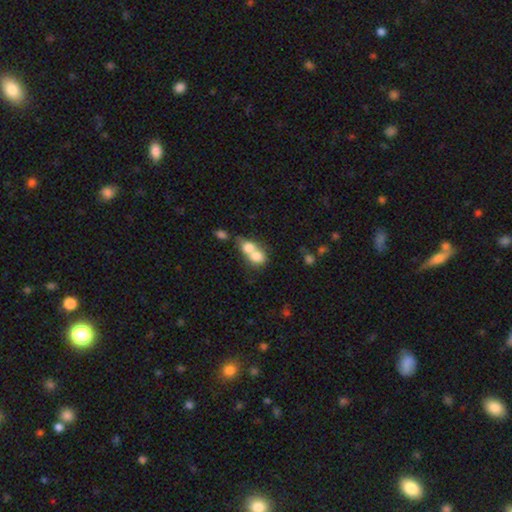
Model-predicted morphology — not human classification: Smooth or featured?
  - smooth: 72% *
  - featured or disk: 19%
  - star or artifact: 9%
How rounded?
  - round: 54% *
  - in between: 44%
  - cigar-shaped: 2%
Merging?
  - merger: 76% *
  - none: 16%
  - minor disturbance: 5%
  - major disturbance: 3%